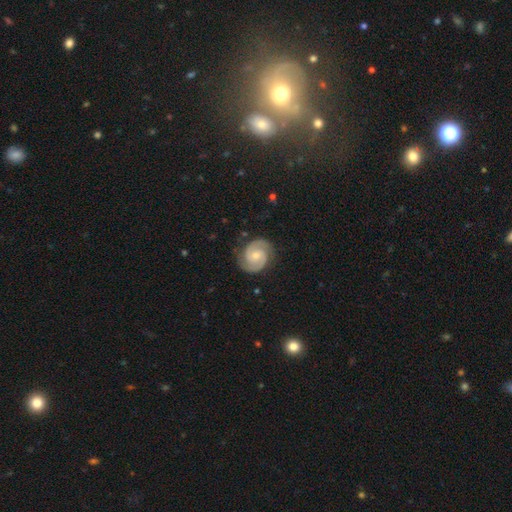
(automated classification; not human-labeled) Smooth or featured? featured or disk (90%)
Edge-on disk? no (98%)
Bar? no (58%)
Spiral arms? yes (98%)
Spiral winding? tight (49%)
Spiral arm count? 2 (94%)
Bulge size? small (50%)
Merging? none (85%)